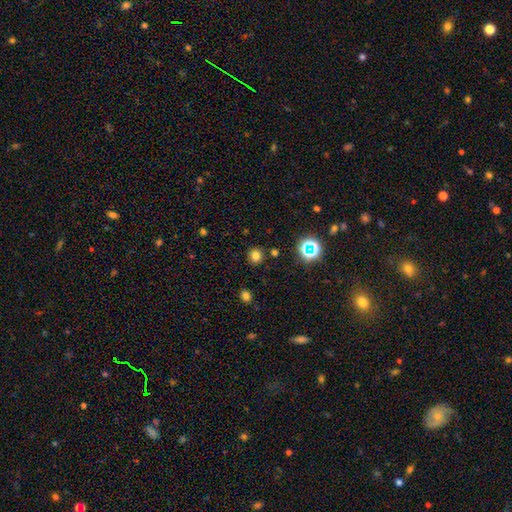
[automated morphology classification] Smooth or featured? smooth (75%)
How rounded? round (86%)
Merging? none (87%)